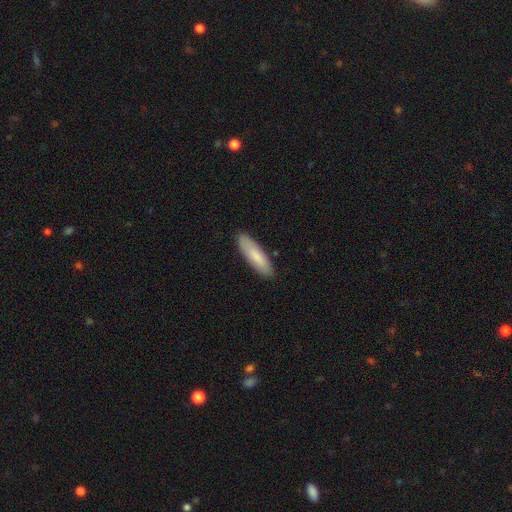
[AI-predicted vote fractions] smooth_or_featured: smooth (p=0.83) [alt: featured or disk p=0.12]
how_rounded: cigar-shaped (p=0.64) [alt: in between p=0.35]
merging: none (p=0.88) [alt: minor disturbance p=0.09]